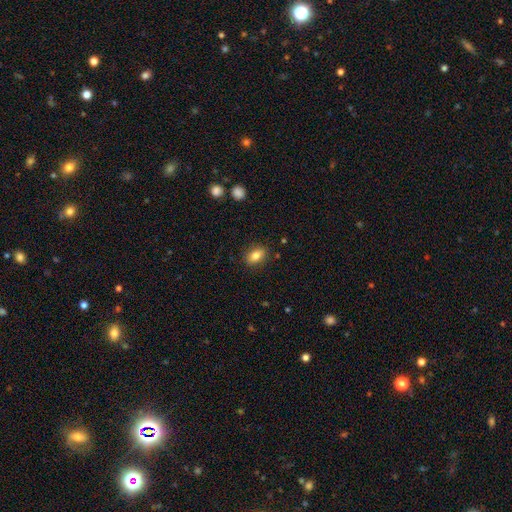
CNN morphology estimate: type=smooth (81%); roundness=in between (83%); merging=none (86%).